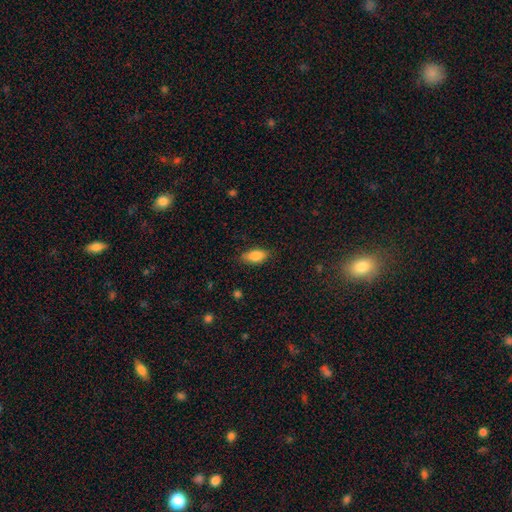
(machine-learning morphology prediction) Smooth or featured? smooth (85%)
How rounded? in between (88%)
Merging? none (82%)